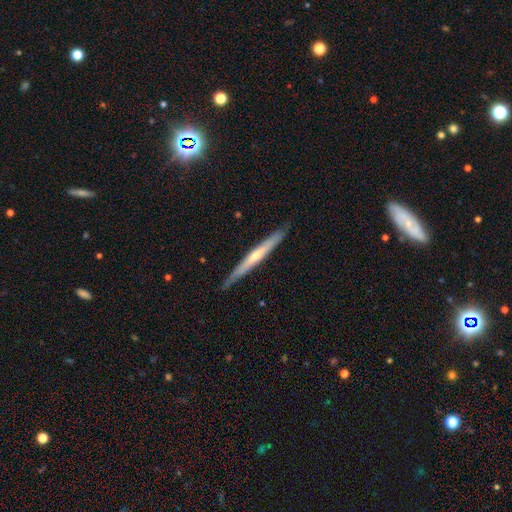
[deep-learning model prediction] smooth-or-featured: featured or disk: 62% | smooth: 33% | star or artifact: 6%
  disk-edge-on: yes: 96% | no: 4%
    edge-on-bulge: rounded: 55% | none: 41% | boxy: 4%
  merging: none: 88% | minor disturbance: 10% | major disturbance: 1% | merger: 1%